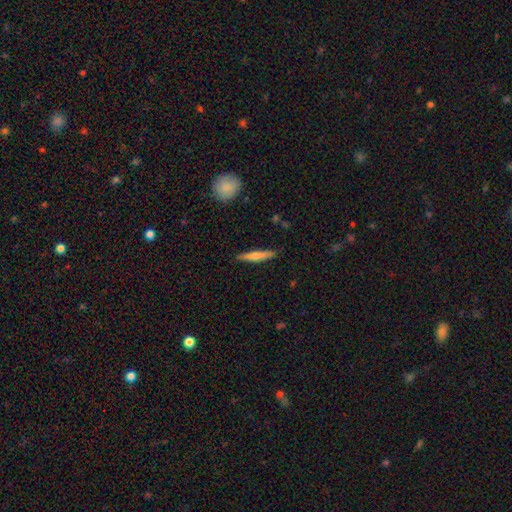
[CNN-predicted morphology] type=smooth (56%); roundness=cigar-shaped (91%); merging=none (90%).